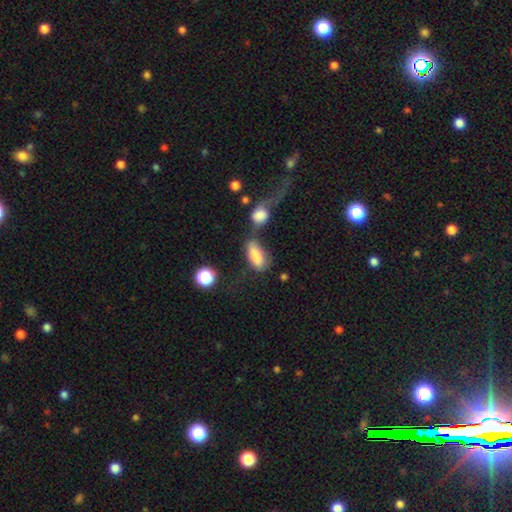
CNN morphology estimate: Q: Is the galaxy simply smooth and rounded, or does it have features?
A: smooth — 81%.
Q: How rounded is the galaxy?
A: in between — 87%.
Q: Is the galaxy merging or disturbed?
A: merger — 38%.